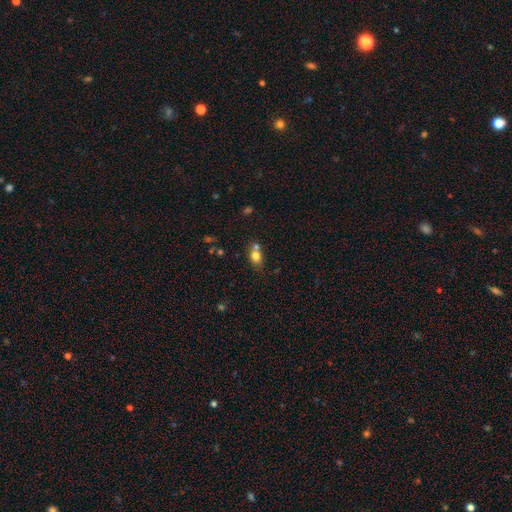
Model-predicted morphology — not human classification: A smooth galaxy with no disk features (76%) that is in between round and cigar-shaped (58%). Merging: none (43%).